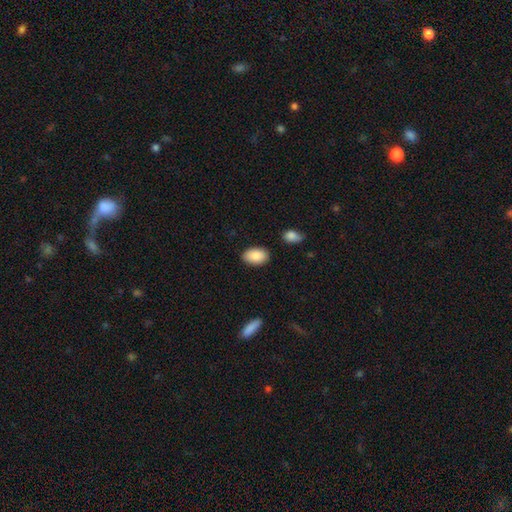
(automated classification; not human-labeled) Q: Smooth or featured?
A: smooth (88%); runner-up: star or artifact (6%)
Q: How rounded?
A: in between (92%); runner-up: round (7%)
Q: Merging?
A: none (85%); runner-up: minor disturbance (10%)